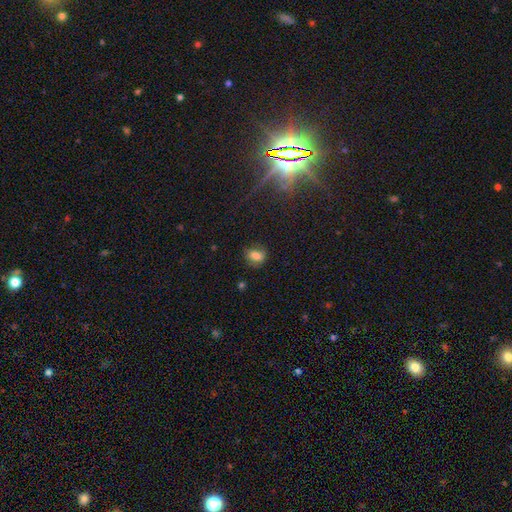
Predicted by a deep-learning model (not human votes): Smooth or featured? smooth (74%)
How rounded? in between (60%)
Merging? none (71%)